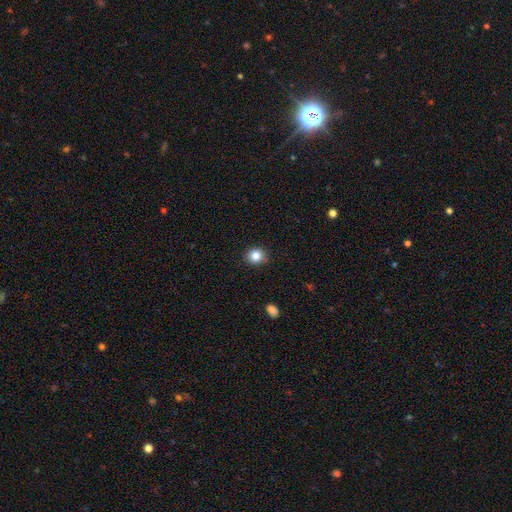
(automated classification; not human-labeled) Overall: smooth (84%). How rounded: round (84%). Merging: none (89%).